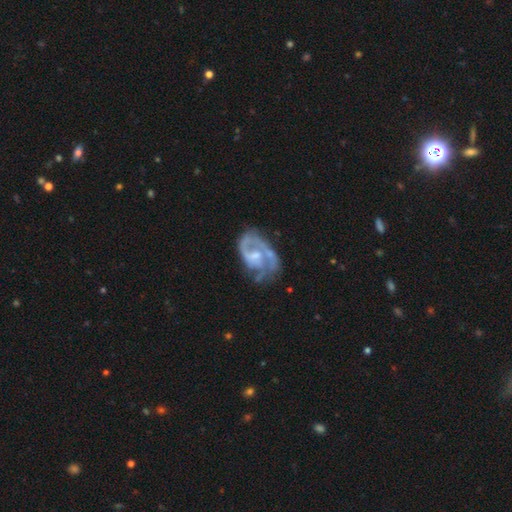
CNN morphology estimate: A featured or disk galaxy (79%) with no bar (56%), 2 (43%) medium (43%) spiral arms (81%) and a small central bulge (46%). Merging: none (44%).